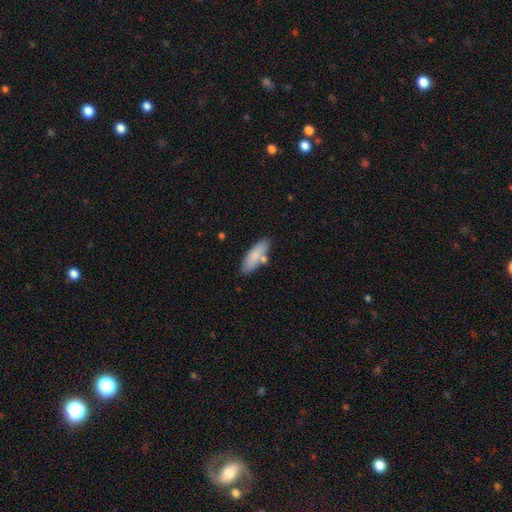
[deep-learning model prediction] A smooth galaxy with no disk features (82%) that is in between round and cigar-shaped (60%).

Vote fractions:
- Smooth or featured? smooth: 82% / featured or disk: 12% / star or artifact: 6%
- How rounded? in between: 60% / cigar-shaped: 38% / round: 2%
- Merging? none: 74% / minor disturbance: 14% / merger: 9% / major disturbance: 3%